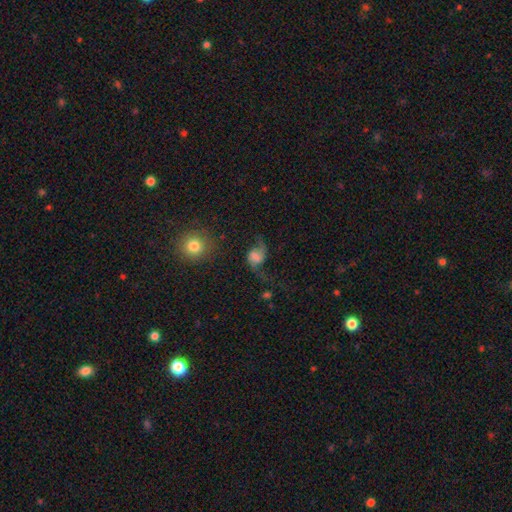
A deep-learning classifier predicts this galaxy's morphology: A featured or disk galaxy (64%) with no bar (45%), 2 (85%) loose (82%) spiral arms (90%) and no central bulge (29%).

Vote fractions:
- Smooth or featured? featured or disk: 64% / smooth: 25% / star or artifact: 11%
- Edge-on disk? no: 97% / yes: 3%
- Bar? no: 45% / weak: 41% / strong: 14%
- Spiral arms? yes: 90% / no: 10%
- Spiral winding? loose: 82% / medium: 15% / tight: 4%
- Spiral arm count? 2: 85% / 1: 10% / can't tell: 2% / 3: 1% / 4: 1% / more than 4: 1%
- Bulge size? none: 29% / moderate: 24% / small: 21% / large: 19% / dominant: 7%
- Merging? none: 44% / major disturbance: 31% / minor disturbance: 18% / merger: 7%